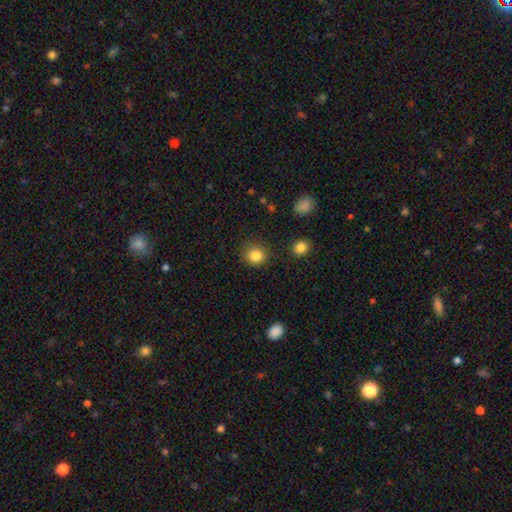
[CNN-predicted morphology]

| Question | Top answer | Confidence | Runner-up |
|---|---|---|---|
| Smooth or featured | smooth | 85% | star or artifact (11%) |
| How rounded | round | 86% | in between (13%) |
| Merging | none | 86% | minor disturbance (9%) |